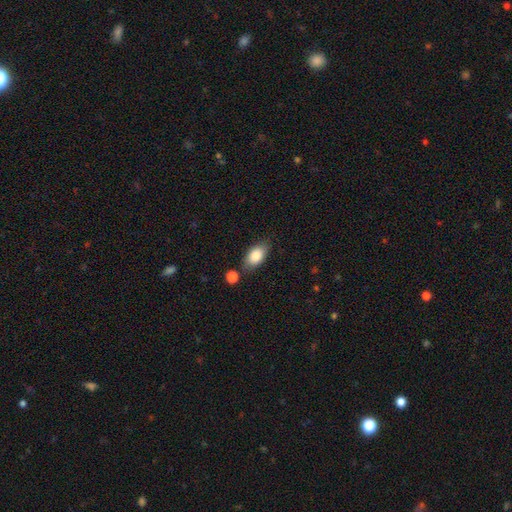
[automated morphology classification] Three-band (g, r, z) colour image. It shows a smooth galaxy with no disk features (84%) that is in between round and cigar-shaped (90%). Merging: none (70%).